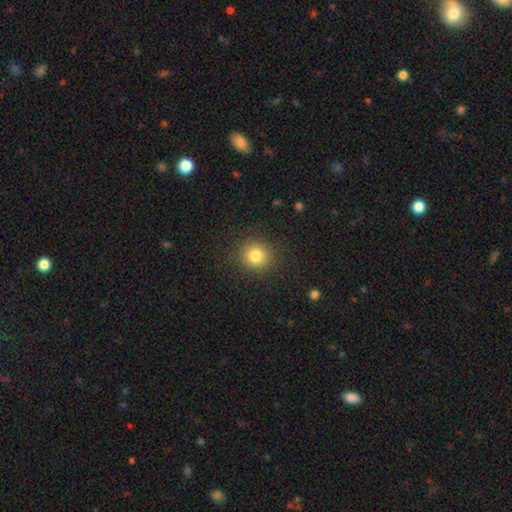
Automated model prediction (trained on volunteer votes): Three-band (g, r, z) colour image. It shows a smooth galaxy with no disk features (82%) that is round (91%). Merging: none (90%).